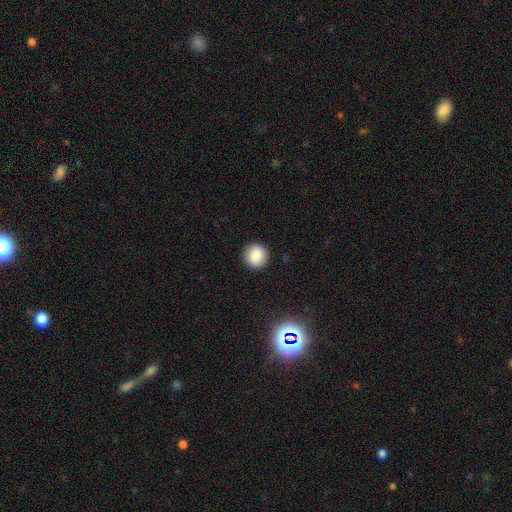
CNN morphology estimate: smooth 84%, star or artifact 9%, featured or disk 7%. Down the decision tree: how rounded — round (91%); merging — none (91%).